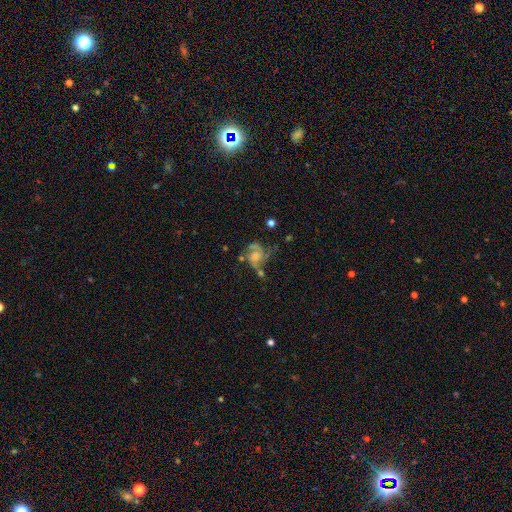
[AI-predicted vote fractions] Smooth or featured? featured or disk (69%)
Edge-on disk? no (98%)
Bar? no (70%)
Spiral arms? yes (84%)
Spiral winding? medium (48%)
Spiral arm count? 2 (48%)
Bulge size? moderate (37%)
Merging? none (38%)